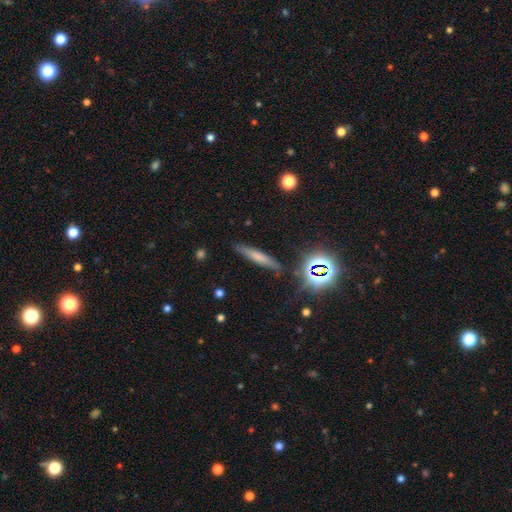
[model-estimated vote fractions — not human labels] smooth-or-featured: smooth: 50% | featured or disk: 28% | star or artifact: 21%
  how-rounded: cigar-shaped: 87% | in between: 8% | round: 5%
  merging: none: 82% | minor disturbance: 12% | major disturbance: 3% | merger: 2%